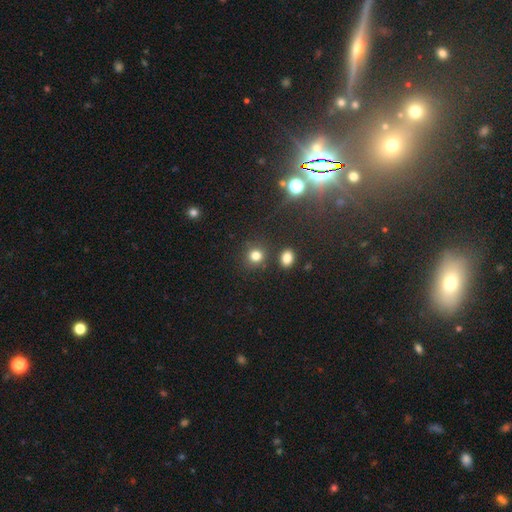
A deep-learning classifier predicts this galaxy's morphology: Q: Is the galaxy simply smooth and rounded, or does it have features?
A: smooth — 78%.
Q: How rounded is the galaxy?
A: round — 83%.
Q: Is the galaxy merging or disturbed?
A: none — 82%.